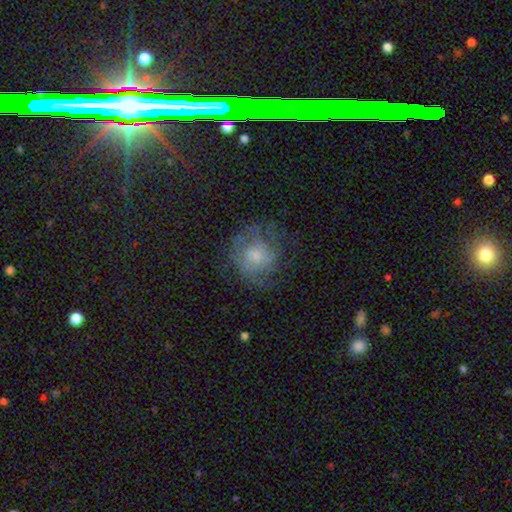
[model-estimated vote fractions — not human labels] Morphology: type=smooth (45%); merging=none (57%).